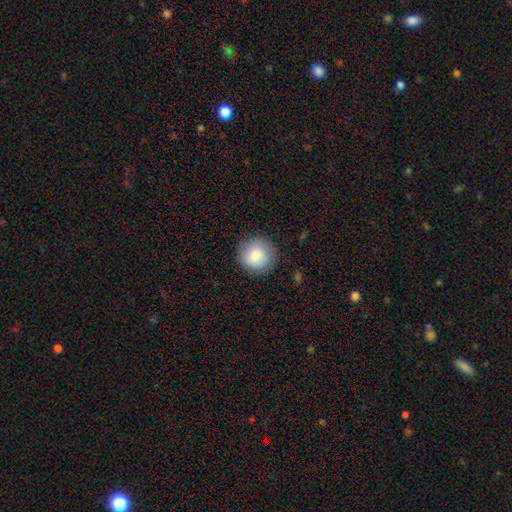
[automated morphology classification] Smooth or featured? smooth (83%)
How rounded? round (94%)
Merging? none (86%)